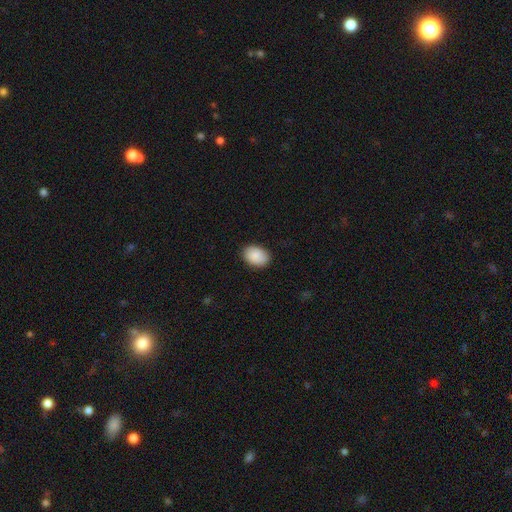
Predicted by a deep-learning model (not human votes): Smooth or featured?
  - smooth: 90% *
  - star or artifact: 6%
  - featured or disk: 4%
How rounded?
  - in between: 83% *
  - round: 16%
  - cigar-shaped: 1%
Merging?
  - none: 87% *
  - minor disturbance: 10%
  - major disturbance: 2%
  - merger: 1%